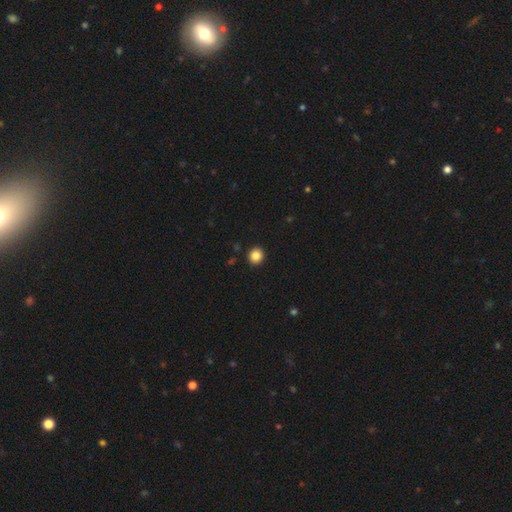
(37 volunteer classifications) Smooth or featured? 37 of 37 (100%) said smooth. How rounded? 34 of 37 (92%) said round. Merging? 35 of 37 (95%) said none.